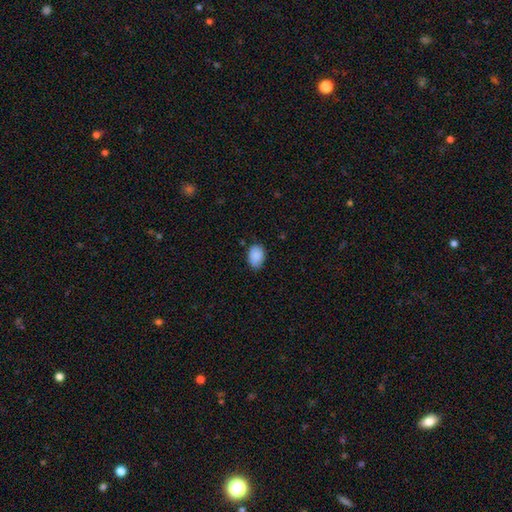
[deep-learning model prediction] This appears to be a smooth galaxy with no disk features (89%) that is in between round and cigar-shaped (82%). Merging: none (73%).